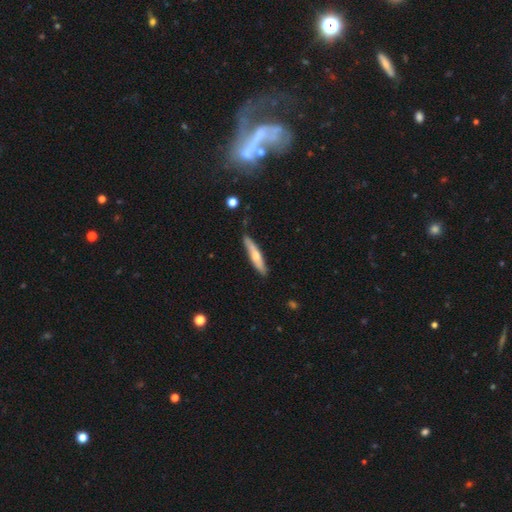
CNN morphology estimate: Overall: smooth (56%; featured or disk 39%). How rounded: cigar-shaped (88%). Merging: none (81%).